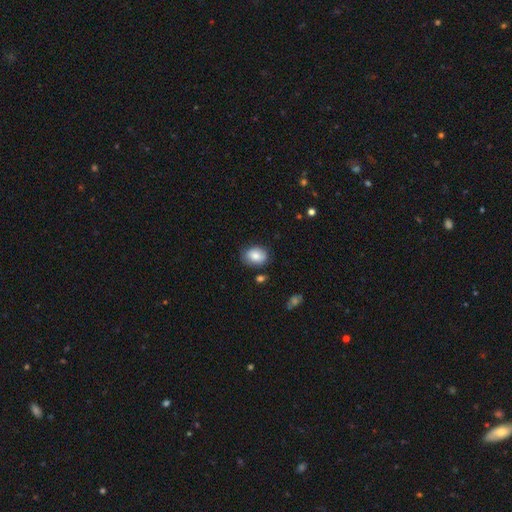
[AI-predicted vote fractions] Overall: smooth (84%). How rounded: in between (71%). Merging: none (78%).